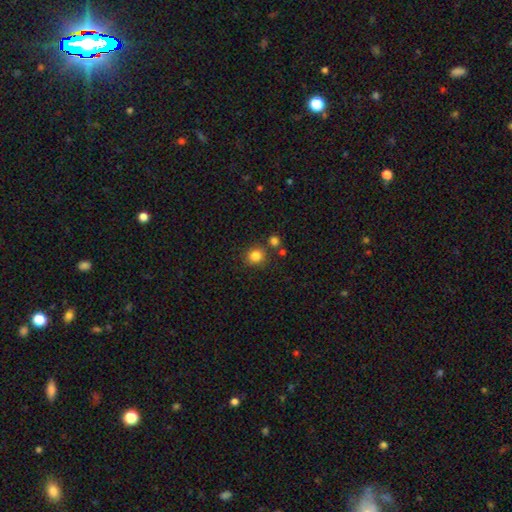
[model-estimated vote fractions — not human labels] smooth_or_featured: smooth (p=0.83) [alt: star or artifact p=0.12]
how_rounded: round (p=0.84) [alt: in between p=0.16]
merging: none (p=0.77) [alt: merger p=0.10]